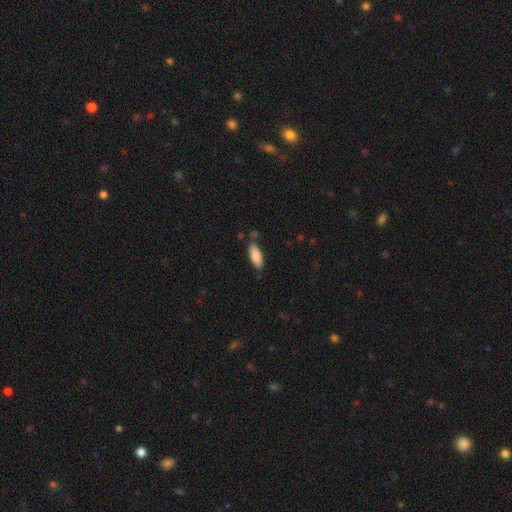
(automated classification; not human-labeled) Q: Smooth or featured?
A: smooth (86%); runner-up: featured or disk (7%)
Q: How rounded?
A: in between (76%); runner-up: cigar-shaped (23%)
Q: Merging?
A: none (76%); runner-up: minor disturbance (15%)